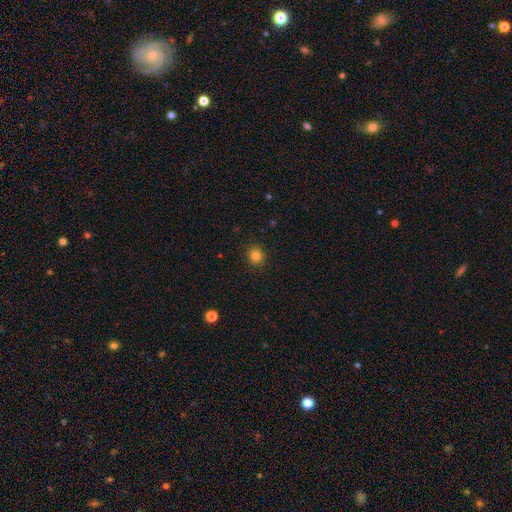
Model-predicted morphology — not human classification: smooth_or_featured: smooth (p=0.82) [alt: star or artifact p=0.13]
how_rounded: round (p=0.85) [alt: in between p=0.14]
merging: none (p=0.91) [alt: minor disturbance p=0.06]